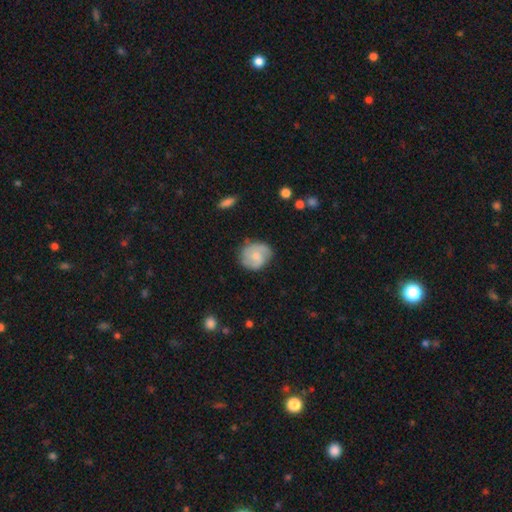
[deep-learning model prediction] Smooth or featured: featured or disk — 51% (smooth — 42%)
Edge-on disk: no — 98% (yes — 2%)
Bar: no — 63% (weak — 33%)
Spiral arms: yes — 86% (no — 14%)
Bulge size: small — 52% (moderate — 33%)
Merging: none — 74% (minor disturbance — 19%)